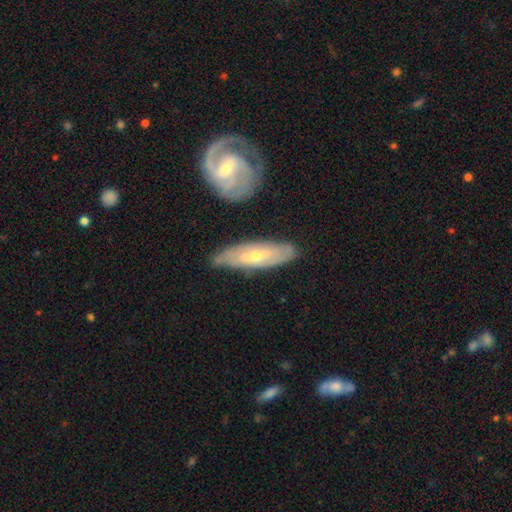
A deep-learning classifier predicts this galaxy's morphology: This is likely a featured or disk galaxy (64%). It is likely not viewed edge-on (72%). Merging: likely none (76%).